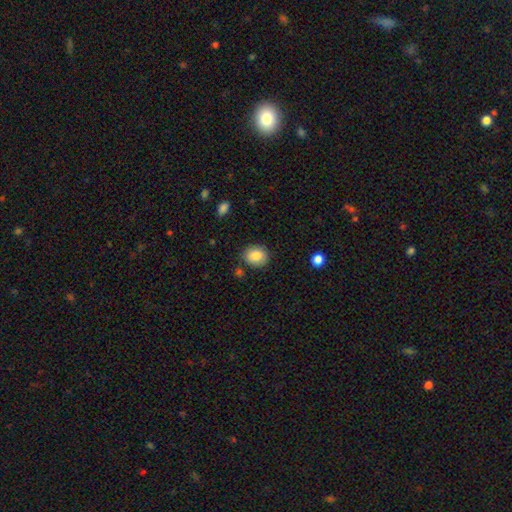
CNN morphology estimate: Smooth or featured?
  - smooth: 87% *
  - star or artifact: 8%
  - featured or disk: 5%
How rounded?
  - round: 60% *
  - in between: 39%
  - cigar-shaped: 1%
Merging?
  - none: 82% *
  - minor disturbance: 11%
  - merger: 3%
  - major disturbance: 3%